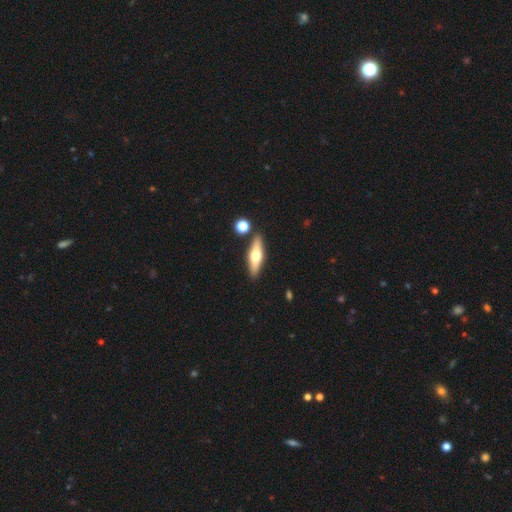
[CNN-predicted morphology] Smooth or featured? smooth (49%)
Merging? none (84%)